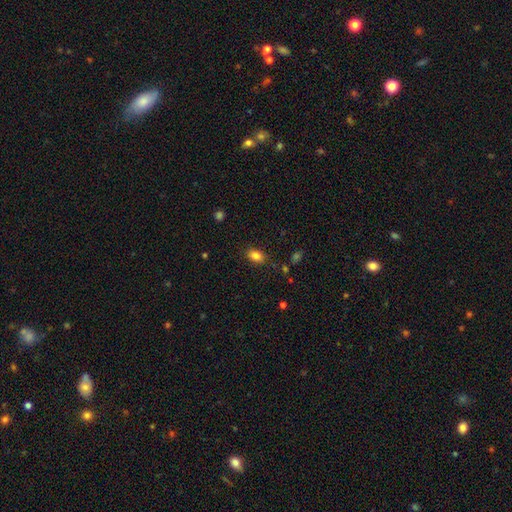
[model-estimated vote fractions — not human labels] This appears to be a smooth galaxy with no disk features (83%) that is in between round and cigar-shaped (85%). Merging: none (84%).